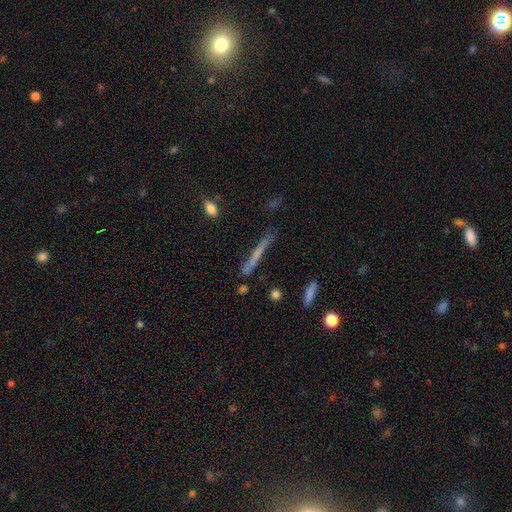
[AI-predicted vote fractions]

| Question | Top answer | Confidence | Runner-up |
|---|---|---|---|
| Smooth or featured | smooth | 46% | featured or disk (44%) |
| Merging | none | 71% | minor disturbance (20%) |